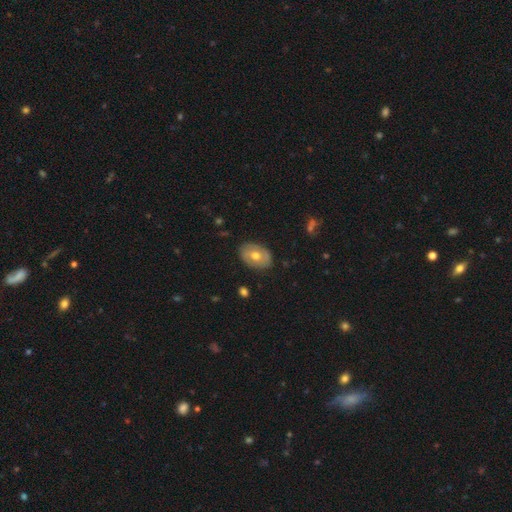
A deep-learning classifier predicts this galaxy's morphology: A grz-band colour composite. It shows a featured or disk galaxy (47%). Merging: none (82%).